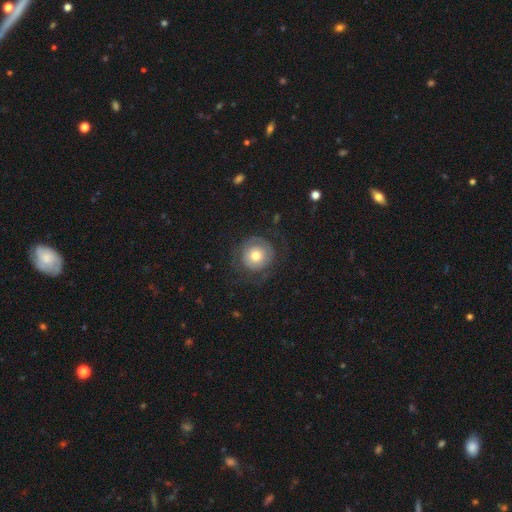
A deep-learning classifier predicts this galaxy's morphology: This appears to be a smooth galaxy with no disk features (55%) that is round (92%). Merging: none (67%).